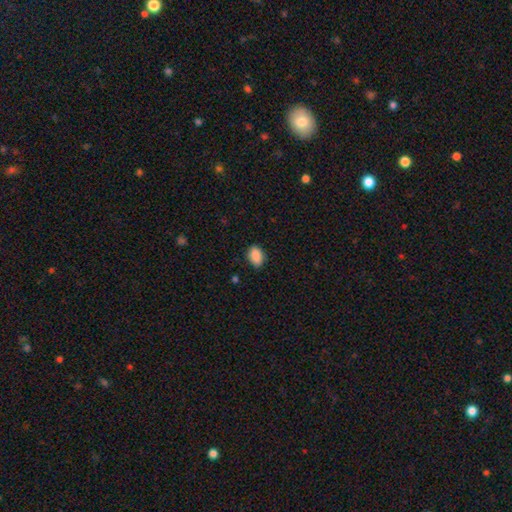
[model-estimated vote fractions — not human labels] A smooth galaxy with no disk features (89%) that is in between round and cigar-shaped (84%). Merging: none (83%).